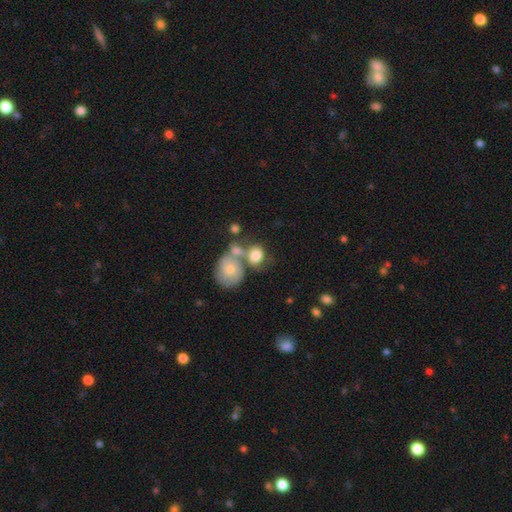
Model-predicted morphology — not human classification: Smooth or featured? Predicted: smooth (p=0.67). How rounded? Predicted: round (p=0.52). Merging? Predicted: merger (p=0.46).